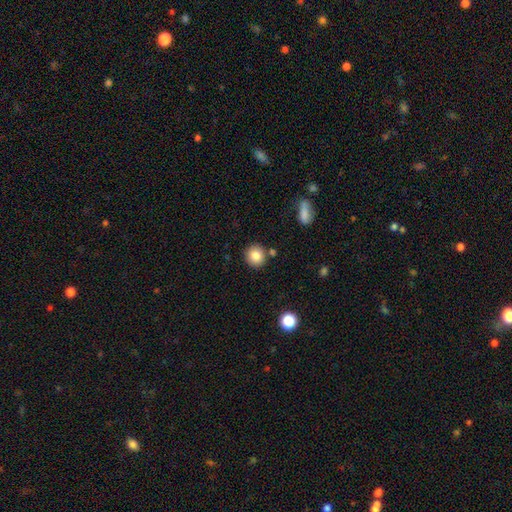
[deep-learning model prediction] This is clearly a smooth galaxy (83%). How rounded: clearly round (91%). Merging: clearly none (84%).